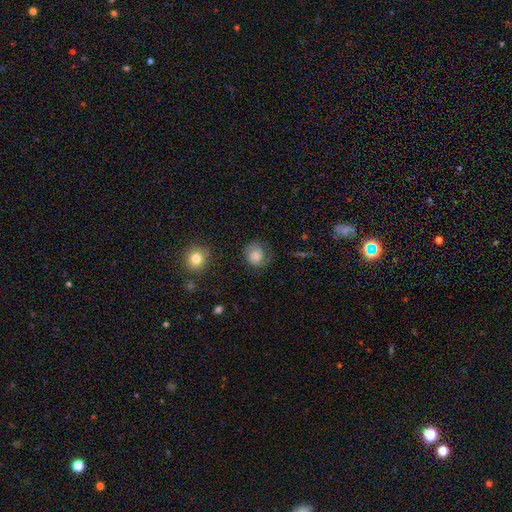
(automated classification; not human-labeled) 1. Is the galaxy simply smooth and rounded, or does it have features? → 53% featured or disk, 37% smooth, 9% star or artifact.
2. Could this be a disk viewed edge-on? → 98% no, 2% yes.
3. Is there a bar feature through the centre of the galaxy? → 69% no, 27% weak, 4% strong.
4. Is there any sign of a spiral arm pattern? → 91% yes, 9% no.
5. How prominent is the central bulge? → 41% moderate, 29% small, 15% large, 13% none, 3% dominant.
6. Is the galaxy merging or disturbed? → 70% none, 18% minor disturbance, 10% major disturbance, 2% merger.